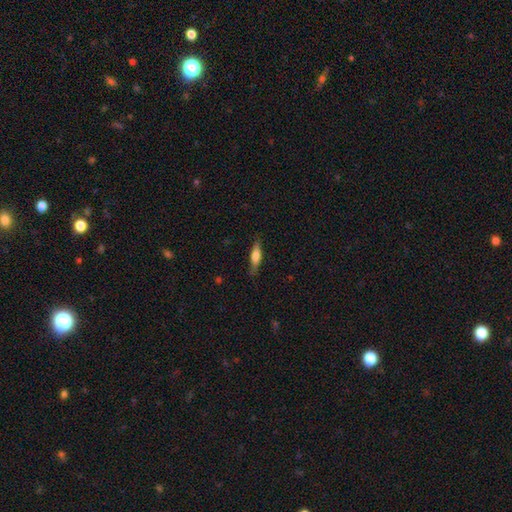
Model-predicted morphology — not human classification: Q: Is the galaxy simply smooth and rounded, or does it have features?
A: smooth — 59%.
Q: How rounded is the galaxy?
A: cigar-shaped — 65%.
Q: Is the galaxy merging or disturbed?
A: none — 79%.